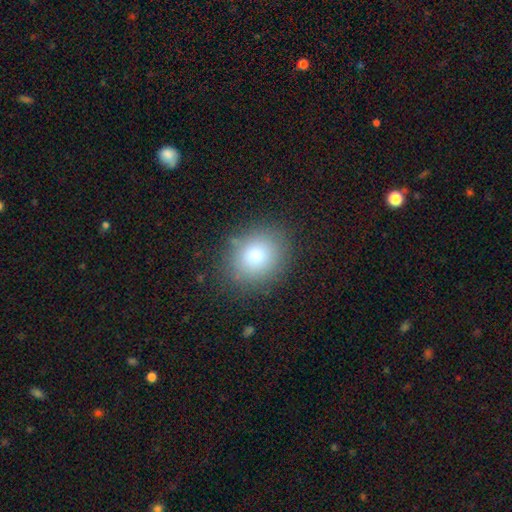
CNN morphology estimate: smooth_or_featured: smooth (p=0.80) [alt: star or artifact p=0.12]
how_rounded: round (p=0.64) [alt: in between p=0.35]
merging: none (p=0.83) [alt: minor disturbance p=0.11]